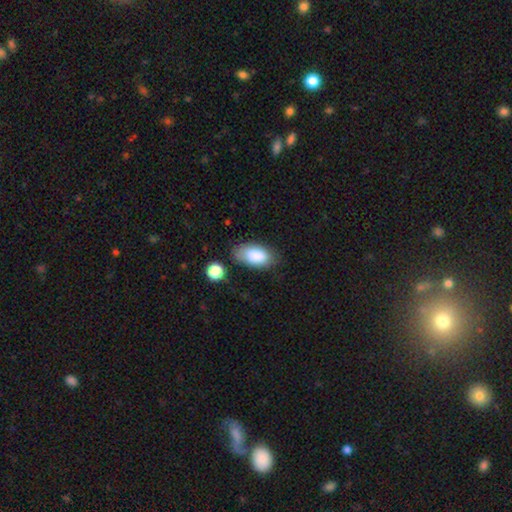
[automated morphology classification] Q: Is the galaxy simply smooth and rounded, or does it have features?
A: smooth — 85%.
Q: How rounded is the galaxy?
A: in between — 94%.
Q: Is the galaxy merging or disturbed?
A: none — 70%.